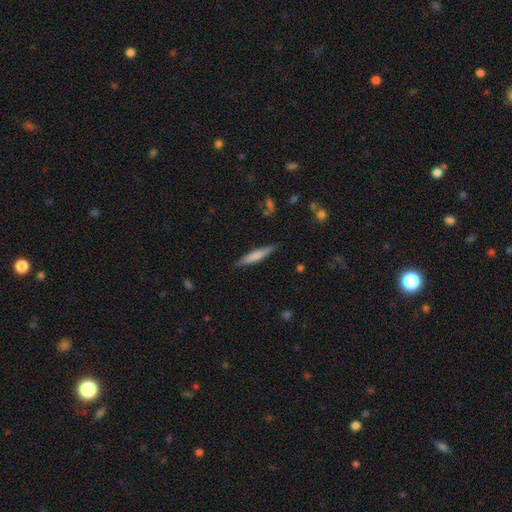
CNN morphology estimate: A smooth galaxy with no disk features (70%) that is cigar-shaped (88%).

Vote fractions:
- Smooth or featured? smooth: 70% / featured or disk: 25% / star or artifact: 6%
- How rounded? cigar-shaped: 88% / in between: 10% / round: 1%
- Merging? none: 85% / minor disturbance: 12% / major disturbance: 2% / merger: 1%